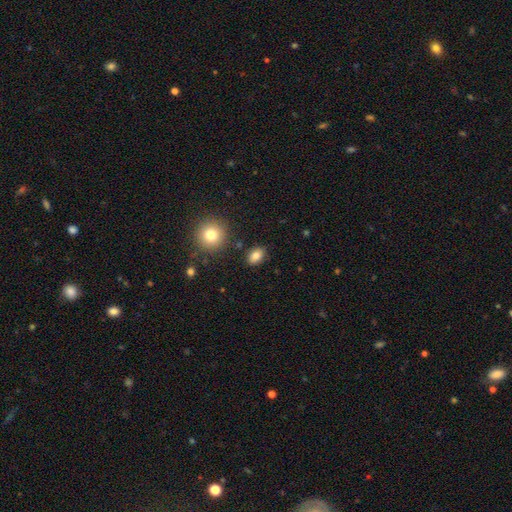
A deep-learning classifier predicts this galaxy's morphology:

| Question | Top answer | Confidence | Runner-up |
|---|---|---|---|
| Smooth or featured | smooth | 83% | star or artifact (10%) |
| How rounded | in between | 80% | round (19%) |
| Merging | none | 85% | minor disturbance (9%) |